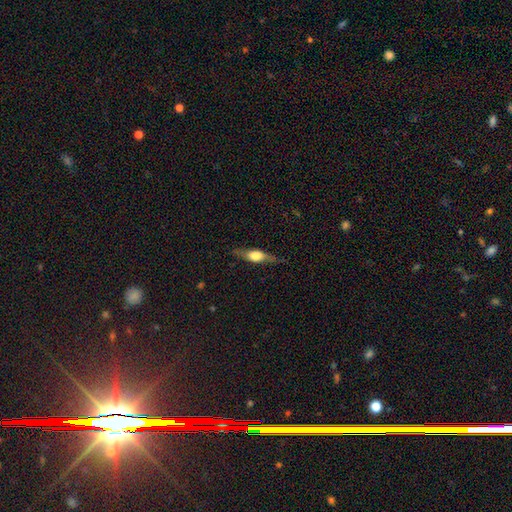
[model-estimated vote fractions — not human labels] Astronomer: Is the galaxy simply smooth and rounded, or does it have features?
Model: featured or disk — 62%.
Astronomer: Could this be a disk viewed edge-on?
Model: yes — 92%.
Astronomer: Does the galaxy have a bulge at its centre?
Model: rounded — 84%.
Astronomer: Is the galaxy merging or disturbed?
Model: none — 80%.